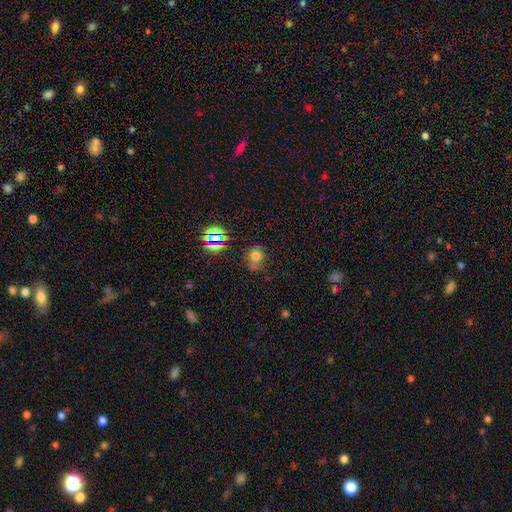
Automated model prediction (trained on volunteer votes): A smooth galaxy with no disk features (63%) that is round (61%). Merging: none (59%).